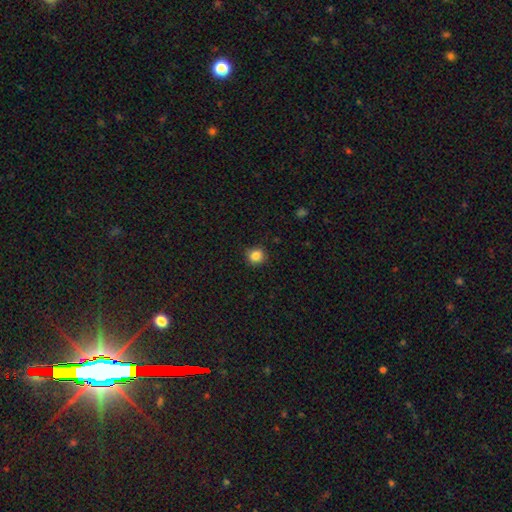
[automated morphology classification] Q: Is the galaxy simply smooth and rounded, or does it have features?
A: smooth — 84%.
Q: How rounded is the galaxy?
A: round — 89%.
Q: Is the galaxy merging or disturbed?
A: none — 88%.